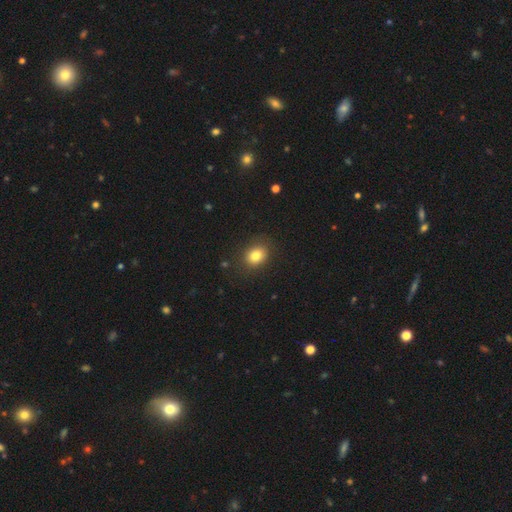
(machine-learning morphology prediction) A smooth galaxy with no disk features (82%) that is in between round and cigar-shaped (51%). Merging: none (84%).